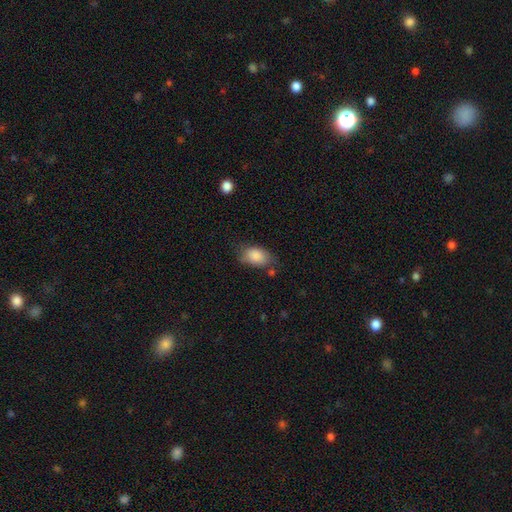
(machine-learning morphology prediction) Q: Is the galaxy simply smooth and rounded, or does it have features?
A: smooth — 86%.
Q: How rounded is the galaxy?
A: in between — 88%.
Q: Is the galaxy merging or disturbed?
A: none — 62%.